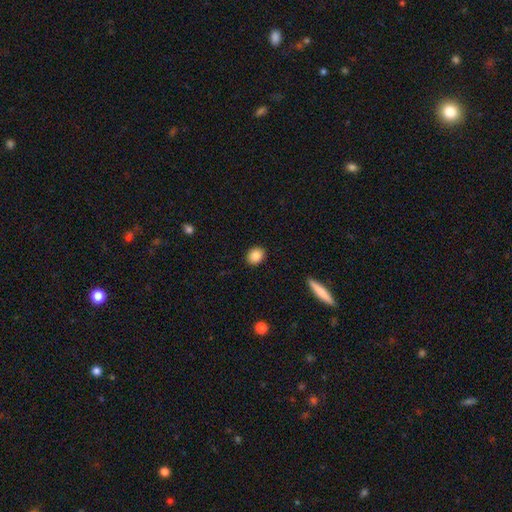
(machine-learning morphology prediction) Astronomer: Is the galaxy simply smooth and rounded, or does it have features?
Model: smooth — 86%.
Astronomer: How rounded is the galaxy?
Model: round — 51% (runner-up: in between, 47%).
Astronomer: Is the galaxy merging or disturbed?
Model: none — 90%.